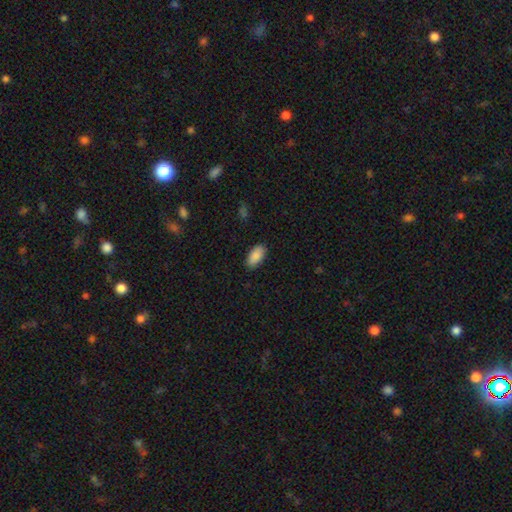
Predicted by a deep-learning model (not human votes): Smooth or featured: smooth — 89% (star or artifact — 7%)
How rounded: in between — 93% (cigar-shaped — 5%)
Merging: none — 88% (minor disturbance — 9%)